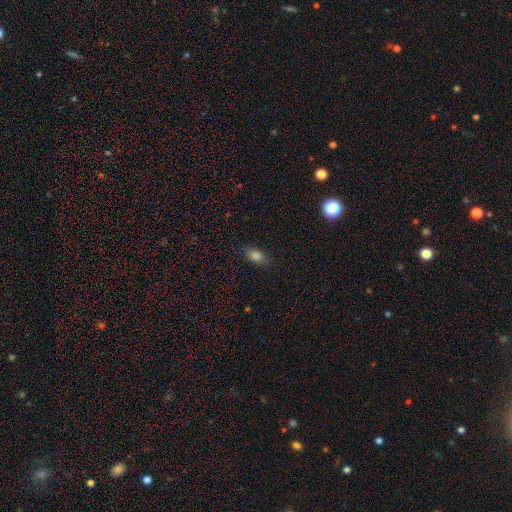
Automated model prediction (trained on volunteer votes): This is clearly a smooth galaxy (83%). How rounded: clearly in between (86%). Merging: clearly none (83%).